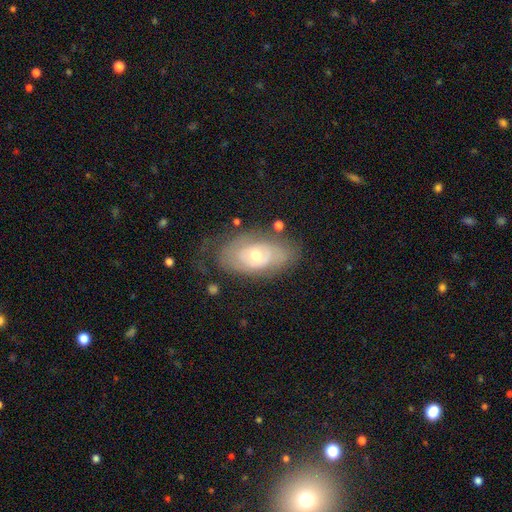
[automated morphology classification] Smooth or featured?
  - featured or disk: 70% *
  - smooth: 24%
  - star or artifact: 6%
Edge-on disk?
  - no: 92% *
  - yes: 8%
Bar?
  - no: 80% *
  - weak: 16%
  - strong: 4%
Spiral arms?
  - yes: 65% *
  - no: 35%
Bulge size?
  - moderate: 63% *
  - small: 31%
  - large: 4%
  - dominant: 1%
  - none: 1%
Merging?
  - none: 64% *
  - minor disturbance: 22%
  - major disturbance: 12%
  - merger: 2%